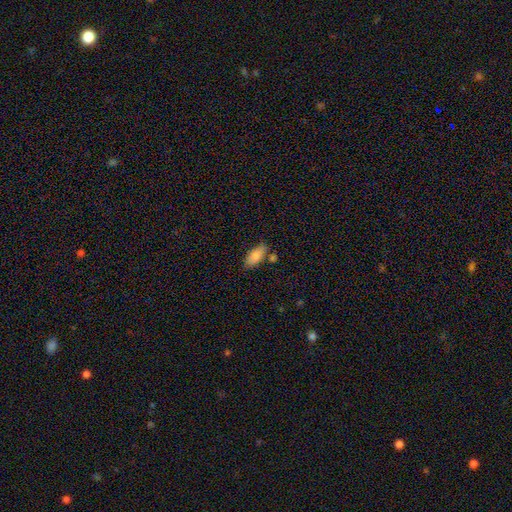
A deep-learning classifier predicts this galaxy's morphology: Smooth or featured?
  - smooth: 84% *
  - featured or disk: 9%
  - star or artifact: 7%
How rounded?
  - in between: 88% *
  - cigar-shaped: 10%
  - round: 2%
Merging?
  - none: 70% *
  - minor disturbance: 17%
  - merger: 9%
  - major disturbance: 4%